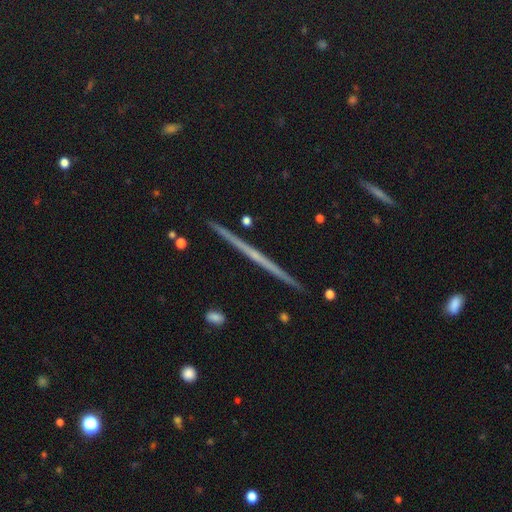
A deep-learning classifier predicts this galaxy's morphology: This is likely a featured or disk galaxy (70%). It is clearly viewed edge-on (98%). Edge-on bulge: likely none (65%). Merging: clearly none (93%).